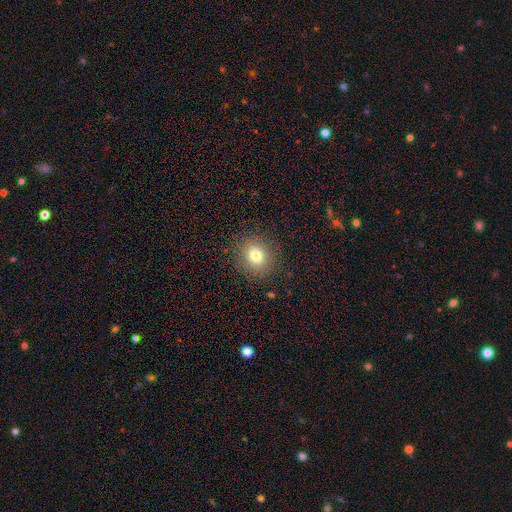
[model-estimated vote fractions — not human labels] A smooth galaxy with no disk features (78%) that is round (80%). Merging: none (88%).